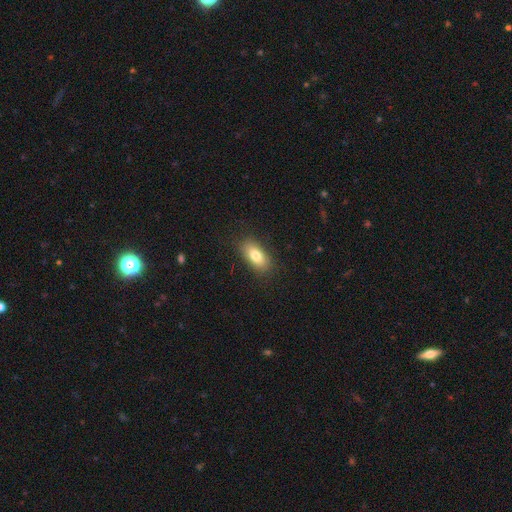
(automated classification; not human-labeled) smooth_or_featured: smooth (p=0.80) [alt: featured or disk p=0.12]
how_rounded: in between (p=0.87) [alt: cigar-shaped p=0.08]
merging: none (p=0.86) [alt: minor disturbance p=0.10]